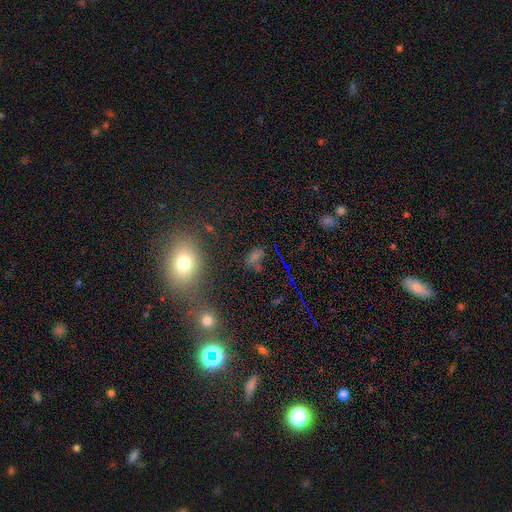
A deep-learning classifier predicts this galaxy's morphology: smooth 54%, star or artifact 34%, featured or disk 12%. Down the decision tree: how rounded — in between (68%); merging — none (68%).